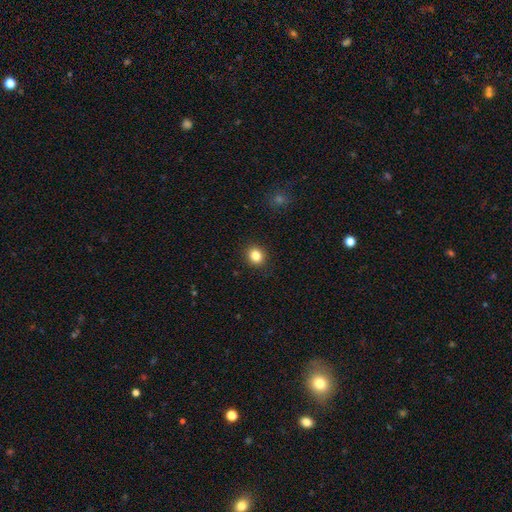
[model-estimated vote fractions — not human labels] A smooth galaxy with no disk features (84%) that is round (79%). Merging: none (91%).